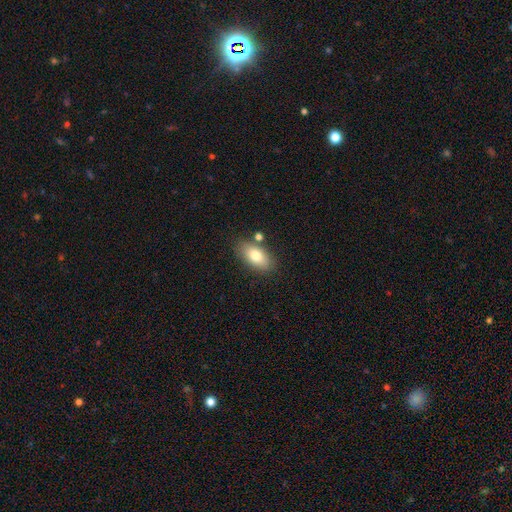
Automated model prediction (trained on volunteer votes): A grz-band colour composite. It shows a smooth galaxy with no disk features (79%) that is in between round and cigar-shaped (90%). Merging: none (78%).